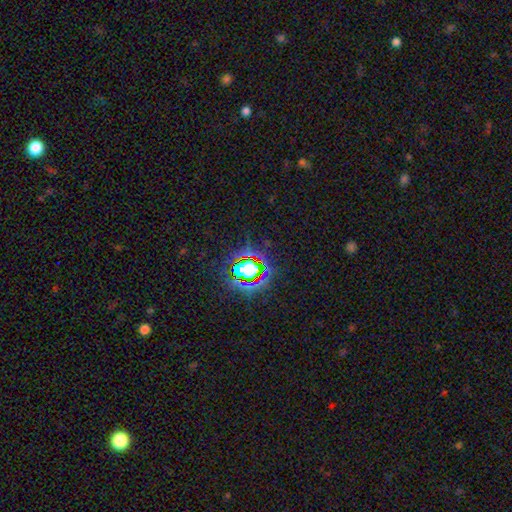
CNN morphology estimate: This appears to be a star or artifact, not a galaxy (80%).